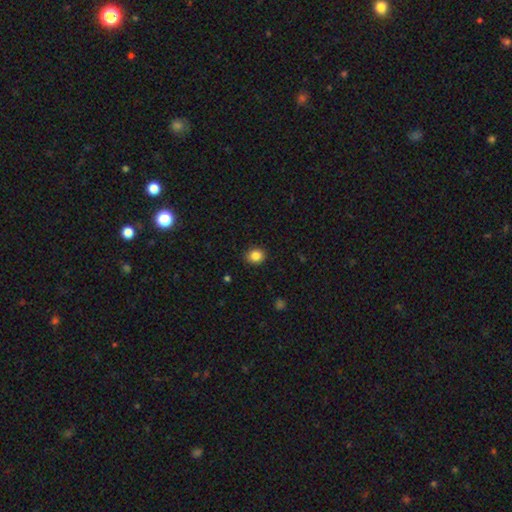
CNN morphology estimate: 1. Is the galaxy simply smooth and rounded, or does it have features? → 86% smooth, 10% star or artifact, 4% featured or disk.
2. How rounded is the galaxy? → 74% round, 25% in between, 1% cigar-shaped.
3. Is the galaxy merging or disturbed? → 89% none, 8% minor disturbance, 2% major disturbance, 1% merger.